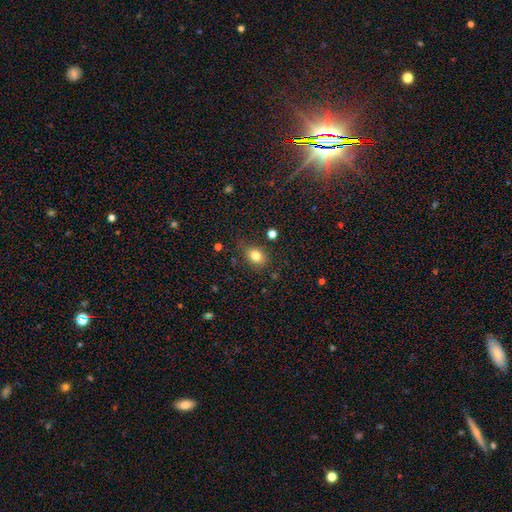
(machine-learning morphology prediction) smooth-or-featured: smooth: 81% | star or artifact: 11% | featured or disk: 8%
  how-rounded: in between: 57% | round: 42% | cigar-shaped: 1%
  merging: none: 76% | minor disturbance: 17% | major disturbance: 4% | merger: 3%